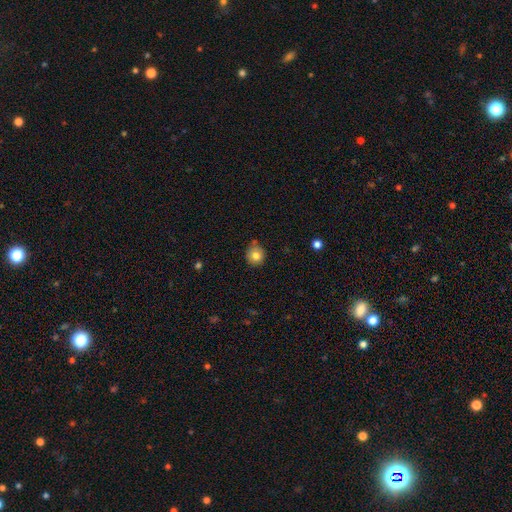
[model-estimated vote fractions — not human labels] Smooth or featured? Predicted: smooth (p=0.80). How rounded? Predicted: round (p=0.85). Merging? Predicted: none (p=0.73).